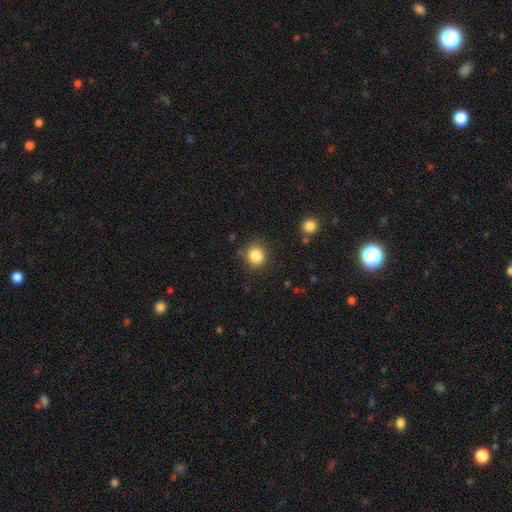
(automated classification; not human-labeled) Smooth or featured?
  - smooth: 86% *
  - star or artifact: 10%
  - featured or disk: 4%
How rounded?
  - round: 86% *
  - in between: 13%
  - cigar-shaped: 1%
Merging?
  - none: 81% *
  - minor disturbance: 12%
  - major disturbance: 4%
  - merger: 3%